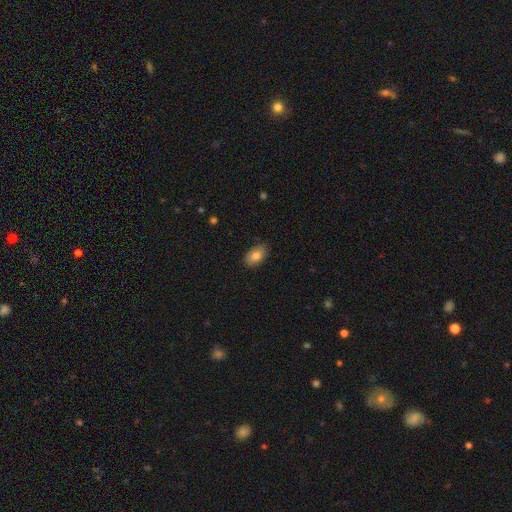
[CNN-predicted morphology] Smooth or featured?
  - smooth: 81% *
  - featured or disk: 12%
  - star or artifact: 7%
How rounded?
  - in between: 90% *
  - round: 8%
  - cigar-shaped: 1%
Merging?
  - none: 81% *
  - minor disturbance: 16%
  - major disturbance: 2%
  - merger: 1%